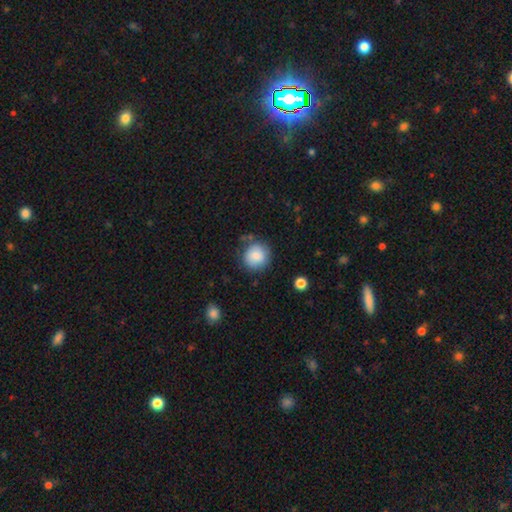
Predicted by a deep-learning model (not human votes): Morphology: type=smooth (87%); roundness=round (89%); merging=none (77%).